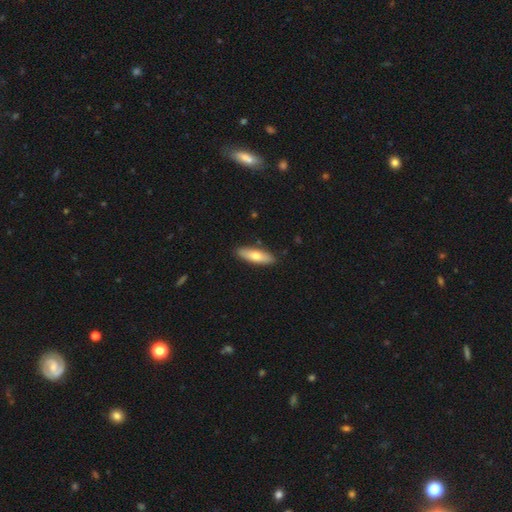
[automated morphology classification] This is likely a smooth galaxy (68%). How rounded: possibly cigar-shaped (50%). Merging: clearly none (88%).